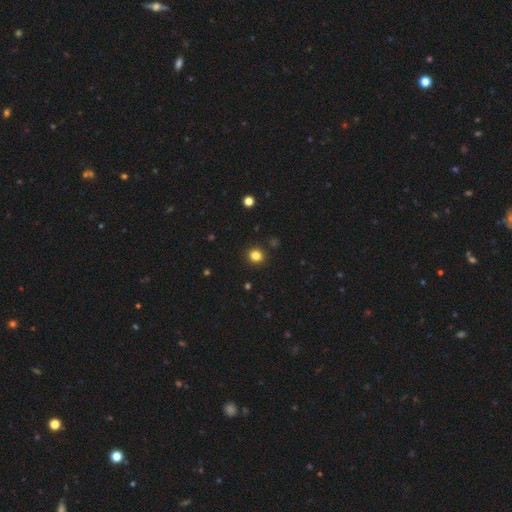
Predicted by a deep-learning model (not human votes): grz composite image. It shows a smooth galaxy with no disk features (83%) that is round (81%). Merging: none (92%).